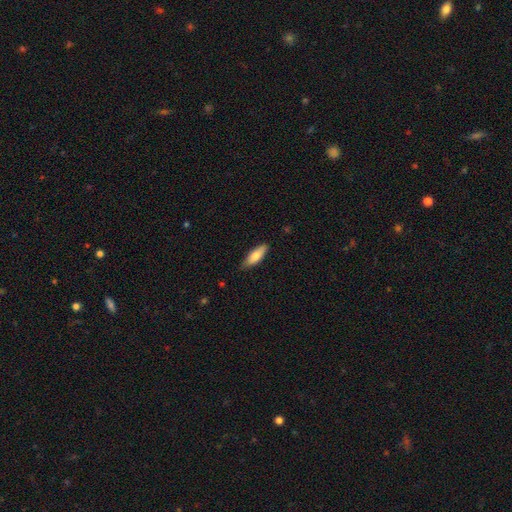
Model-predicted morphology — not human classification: smooth 79%, featured or disk 15%, star or artifact 6%. Down the decision tree: how rounded — in between (61%); merging — none (78%).